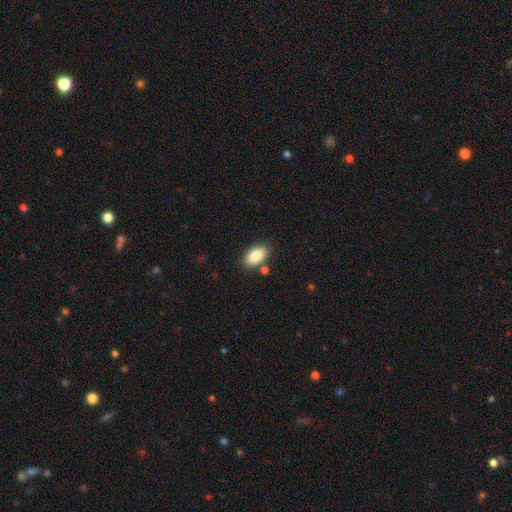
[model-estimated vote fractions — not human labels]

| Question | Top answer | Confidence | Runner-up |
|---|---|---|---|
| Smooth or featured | smooth | 86% | star or artifact (7%) |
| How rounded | in between | 92% | round (6%) |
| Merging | none | 81% | minor disturbance (11%) |